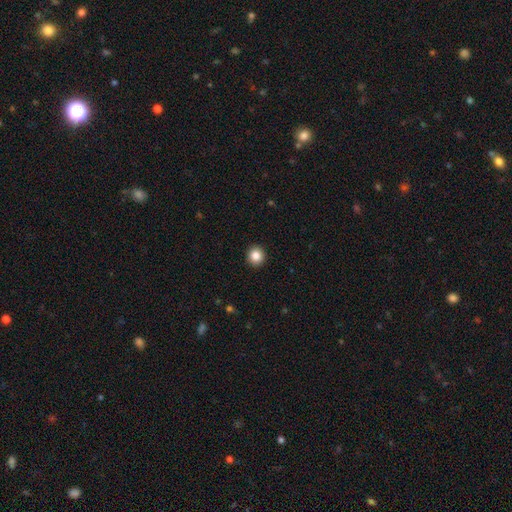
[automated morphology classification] Smooth or featured? Predicted: smooth (p=0.86). How rounded? Predicted: round (p=0.91). Merging? Predicted: none (p=0.93).